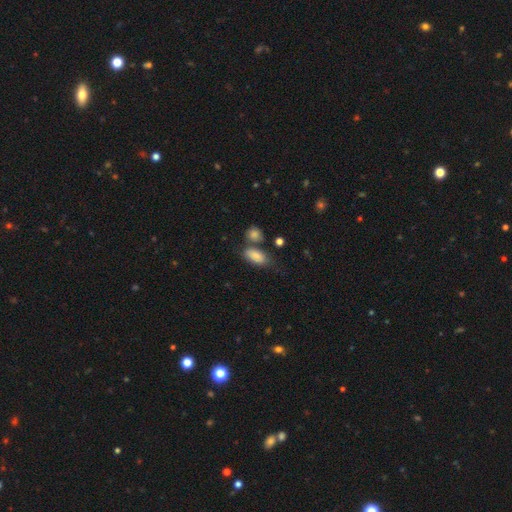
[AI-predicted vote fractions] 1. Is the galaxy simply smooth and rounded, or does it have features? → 85% smooth, 8% featured or disk, 7% star or artifact.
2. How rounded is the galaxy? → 88% in between, 7% cigar-shaped, 5% round.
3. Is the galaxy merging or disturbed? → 54% none, 20% merger, 19% minor disturbance, 6% major disturbance.